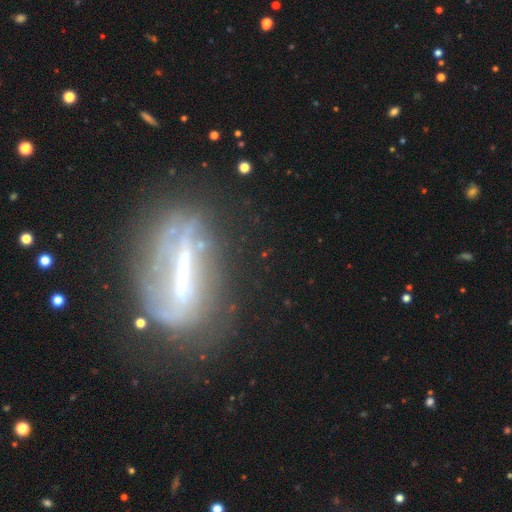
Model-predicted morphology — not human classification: type=featured or disk (68%); edge-on=no (68%); merging=none (63%).